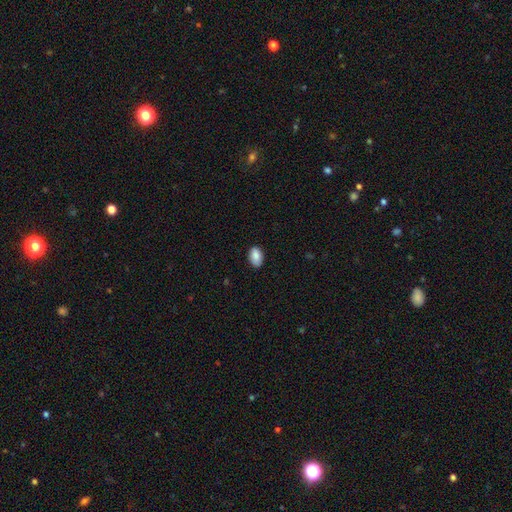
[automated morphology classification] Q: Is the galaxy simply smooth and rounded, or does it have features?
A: smooth — 87%.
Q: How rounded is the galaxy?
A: in between — 90%.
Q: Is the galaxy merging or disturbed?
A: none — 83%.